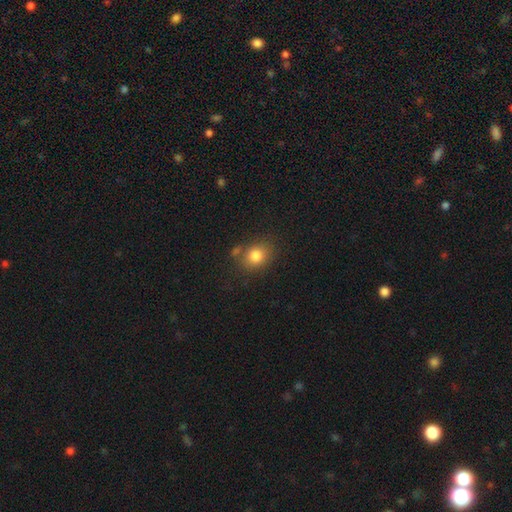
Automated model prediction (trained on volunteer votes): Q: Smooth or featured?
A: smooth (81%); runner-up: star or artifact (11%)
Q: How rounded?
A: round (58%); runner-up: in between (41%)
Q: Merging?
A: none (70%); runner-up: minor disturbance (16%)